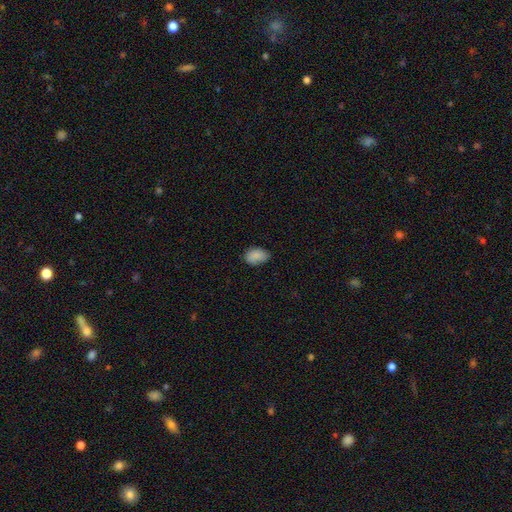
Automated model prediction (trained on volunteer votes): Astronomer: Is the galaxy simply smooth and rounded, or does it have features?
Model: smooth — 88%.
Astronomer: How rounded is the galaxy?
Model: in between — 84%.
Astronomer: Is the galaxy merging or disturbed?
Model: none — 74%.